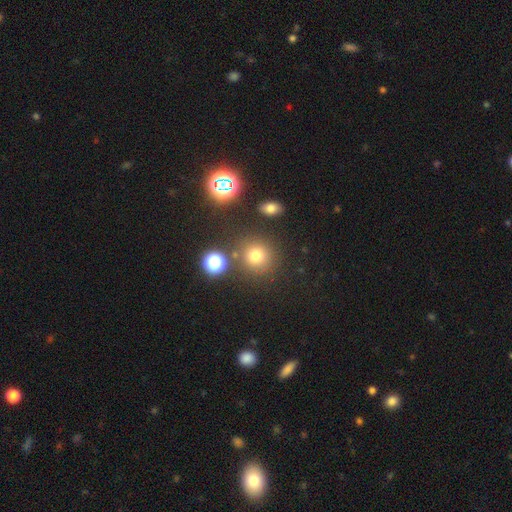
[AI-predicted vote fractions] smooth_or_featured: smooth (p=0.73) [alt: star or artifact p=0.20]
how_rounded: round (p=0.90) [alt: in between p=0.09]
merging: none (p=0.81) [alt: minor disturbance p=0.08]